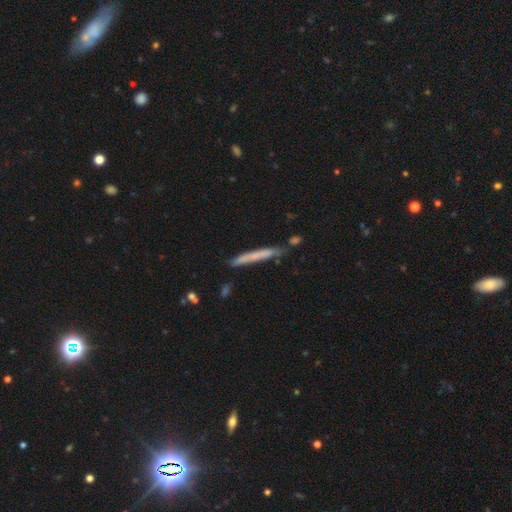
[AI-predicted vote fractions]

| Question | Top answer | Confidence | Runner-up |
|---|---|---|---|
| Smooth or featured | smooth | 58% | featured or disk (35%) |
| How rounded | cigar-shaped | 96% | in between (2%) |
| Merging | none | 77% | minor disturbance (15%) |